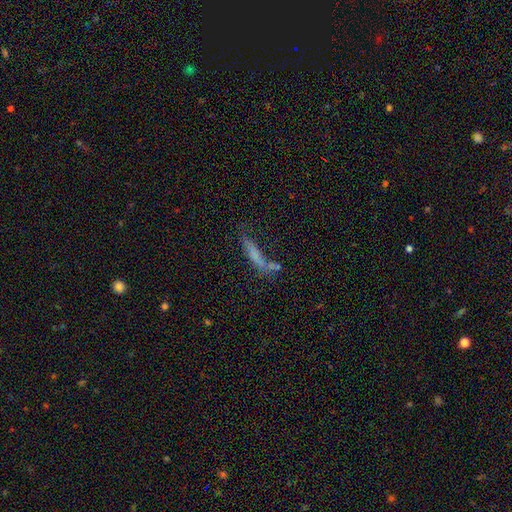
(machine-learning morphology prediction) smooth 59%, featured or disk 27%, star or artifact 13%. Down the decision tree: how rounded — cigar-shaped (82%); merging — none (43%).